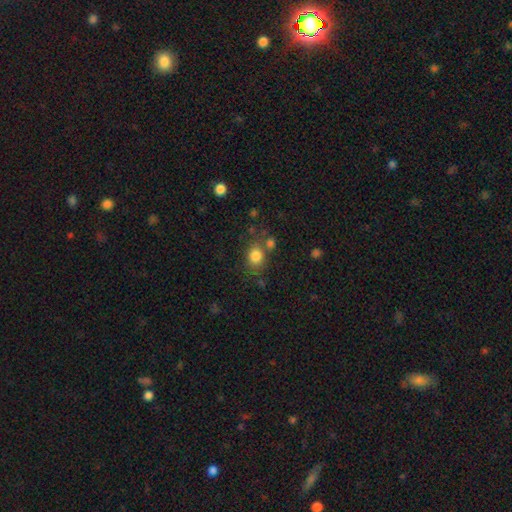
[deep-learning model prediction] smooth-or-featured: smooth: 82% | star or artifact: 12% | featured or disk: 7%
  how-rounded: round: 62% | in between: 37% | cigar-shaped: 1%
  merging: none: 67% | minor disturbance: 14% | merger: 14% | major disturbance: 6%